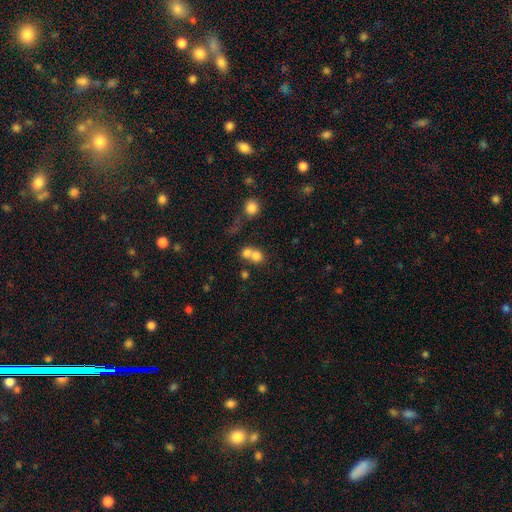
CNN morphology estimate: Smooth or featured? Predicted: smooth (p=0.73). How rounded? Predicted: round (p=0.75). Merging? Predicted: merger (p=0.61).